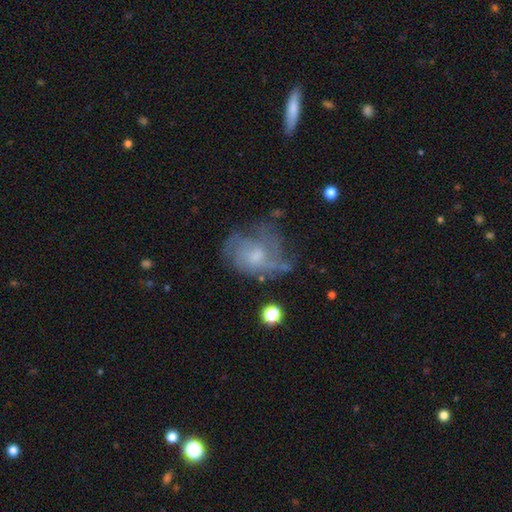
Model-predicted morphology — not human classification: Smooth or featured? Predicted: featured or disk (p=0.59). Edge-on disk? Predicted: no (p=0.97). Bar? Predicted: no (p=0.74). Spiral arms? Predicted: yes (p=0.64). Bulge size? Predicted: small (p=0.42). Merging? Predicted: none (p=0.45).